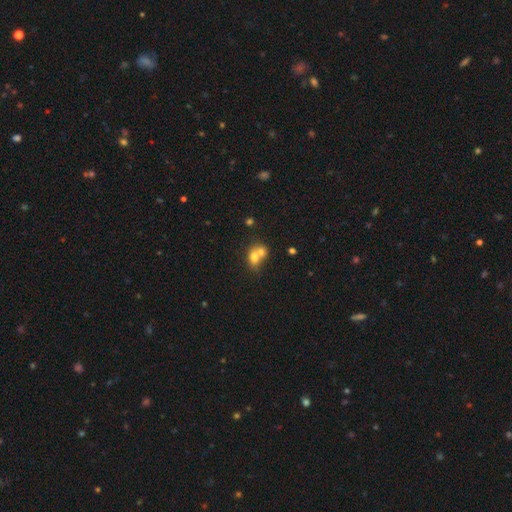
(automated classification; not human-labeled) smooth_or_featured: smooth (p=0.70) [alt: featured or disk p=0.19]
how_rounded: in between (p=0.52) [alt: round p=0.47]
merging: merger (p=0.66) [alt: none p=0.23]